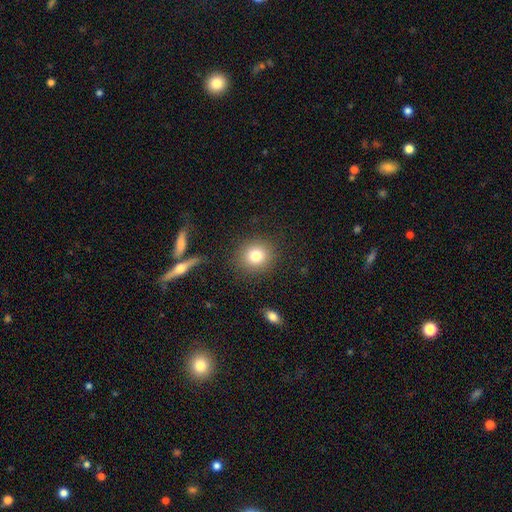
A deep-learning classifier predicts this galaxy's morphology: Smooth or featured? smooth (81%)
How rounded? round (83%)
Merging? none (87%)